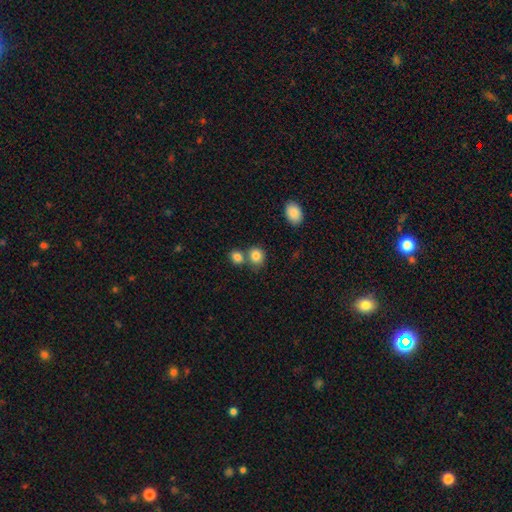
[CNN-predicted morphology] This appears to be a smooth galaxy with no disk features (83%) that is round (75%). Merging: none (55%).